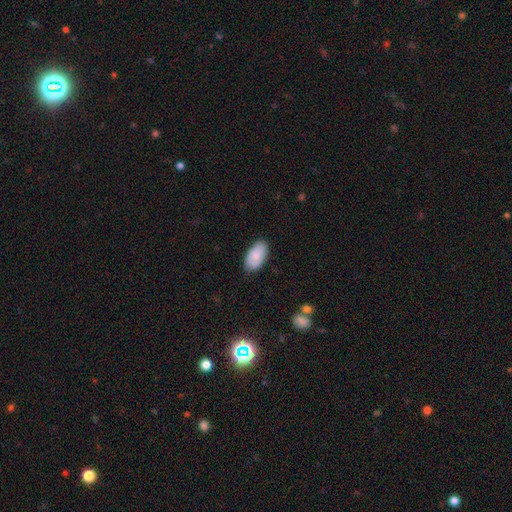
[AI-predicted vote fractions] Smooth or featured? smooth (85%)
How rounded? in between (95%)
Merging? none (83%)